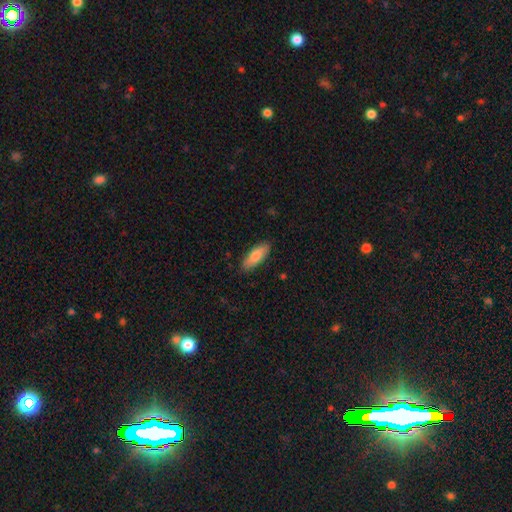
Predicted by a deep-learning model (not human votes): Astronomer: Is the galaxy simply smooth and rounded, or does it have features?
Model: smooth — 80%.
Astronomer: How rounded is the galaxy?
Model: in between — 67%.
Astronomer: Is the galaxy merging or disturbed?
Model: none — 87%.